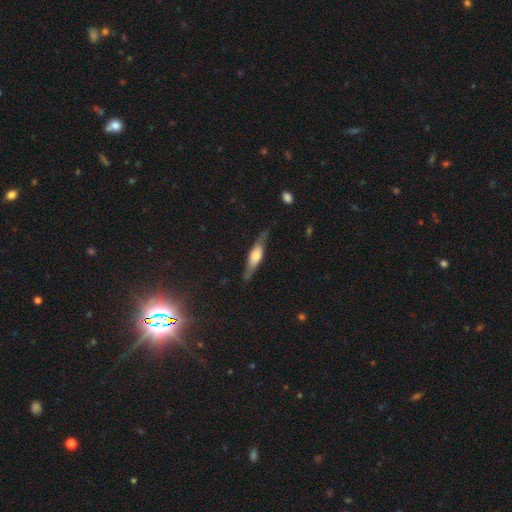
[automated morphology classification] Smooth or featured? featured or disk (55%)
Edge-on disk? yes (81%)
Merging? none (75%)